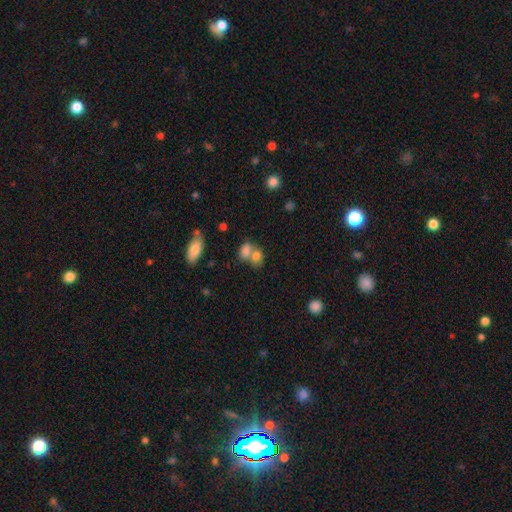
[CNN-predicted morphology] type=smooth (78%); roundness=in between (67%); merging=merger (56%).